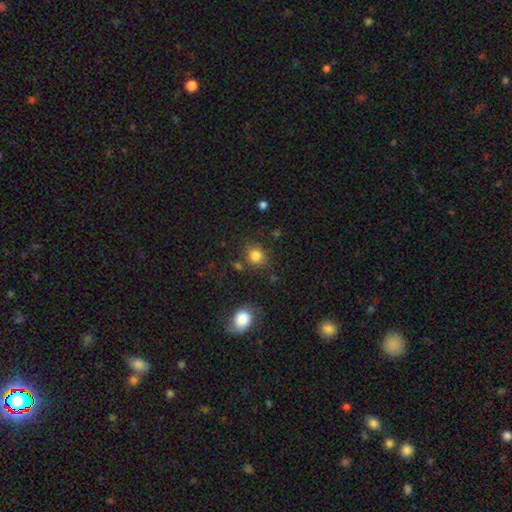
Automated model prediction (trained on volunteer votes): The model was most divided on "how rounded": round: 81%, in between: 18%, cigar-shaped: 1%. More confident: smooth or featured — smooth (83%); merging — none (81%).